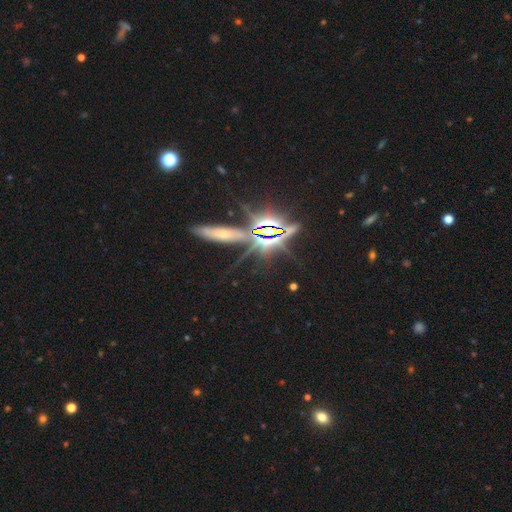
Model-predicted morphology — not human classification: Overall: star or artifact (63%).